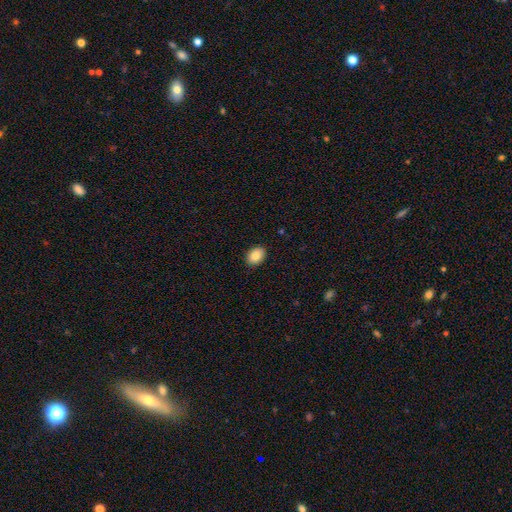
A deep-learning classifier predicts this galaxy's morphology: Q: Smooth or featured?
A: smooth (87%); runner-up: star or artifact (8%)
Q: How rounded?
A: in between (75%); runner-up: round (24%)
Q: Merging?
A: none (89%); runner-up: minor disturbance (8%)